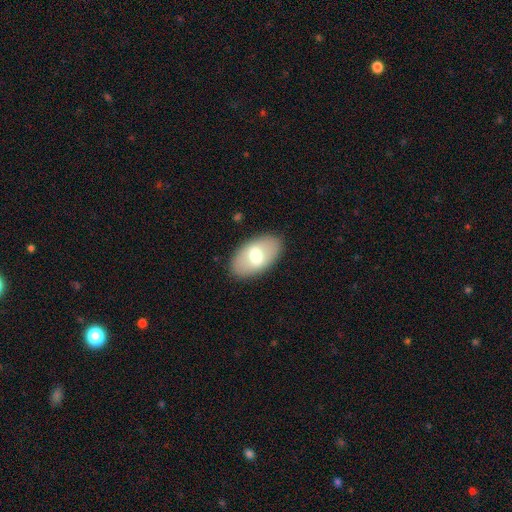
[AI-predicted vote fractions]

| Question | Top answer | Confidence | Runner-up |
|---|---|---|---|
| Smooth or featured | smooth | 63% | featured or disk (31%) |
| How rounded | in between | 93% | round (5%) |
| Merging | none | 86% | minor disturbance (9%) |